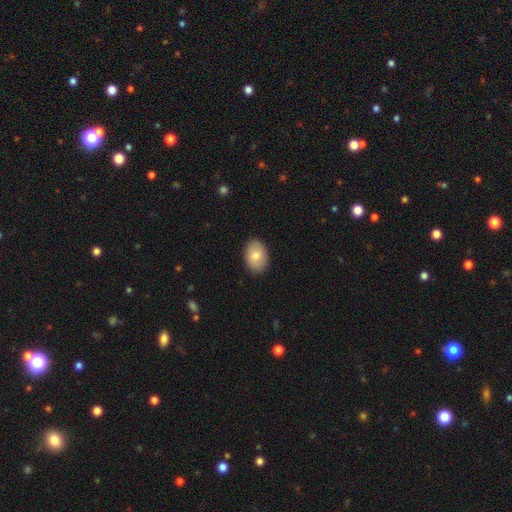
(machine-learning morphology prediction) Smooth or featured? smooth (80%)
How rounded? in between (86%)
Merging? none (88%)